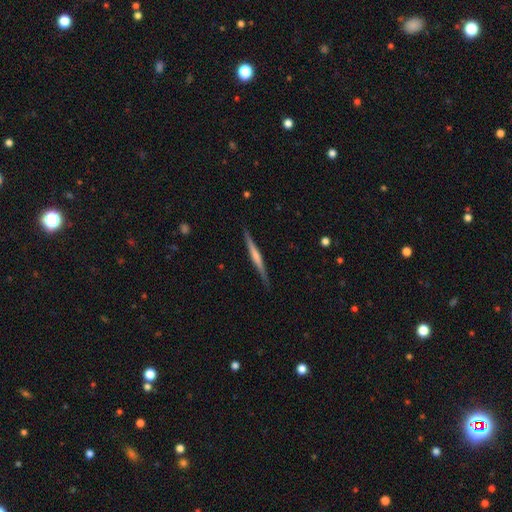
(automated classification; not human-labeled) Smooth or featured: featured or disk — 58% (smooth — 37%)
Edge-on disk: yes — 98% (no — 2%)
Edge-on bulge: none — 47% (rounded — 34%)
Merging: none — 88% (minor disturbance — 9%)